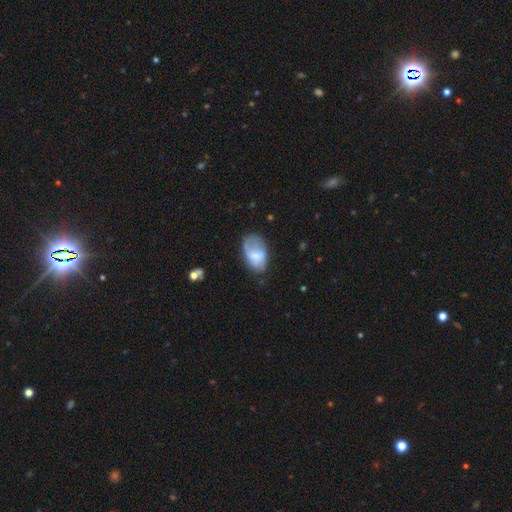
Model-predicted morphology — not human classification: A smooth galaxy with no disk features (61%) that is in between round and cigar-shaped (90%).

Vote fractions:
- Smooth or featured? smooth: 61% / featured or disk: 31% / star or artifact: 8%
- How rounded? in between: 90% / round: 9% / cigar-shaped: 1%
- Merging? none: 47% / minor disturbance: 33% / major disturbance: 17% / merger: 3%